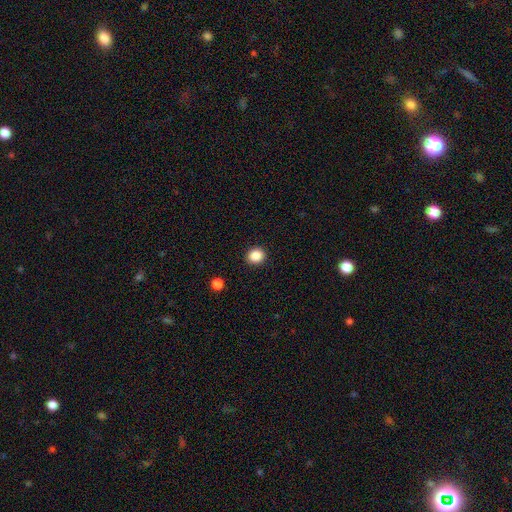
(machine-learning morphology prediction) Smooth or featured? Predicted: smooth (p=0.87). How rounded? Predicted: round (p=0.79). Merging? Predicted: none (p=0.92).